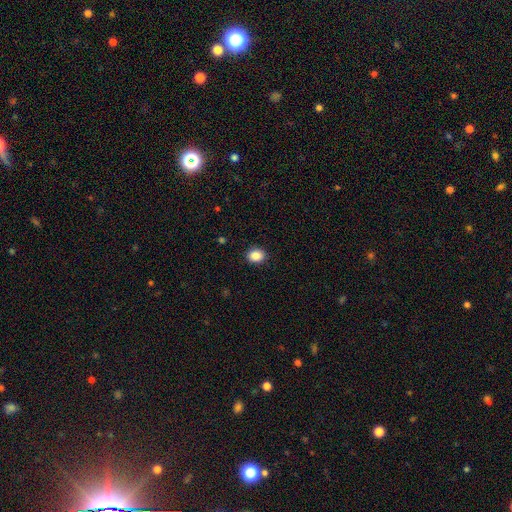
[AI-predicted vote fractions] This appears to be a smooth galaxy with no disk features (88%) that is in between round and cigar-shaped (50%). Merging: none (89%).